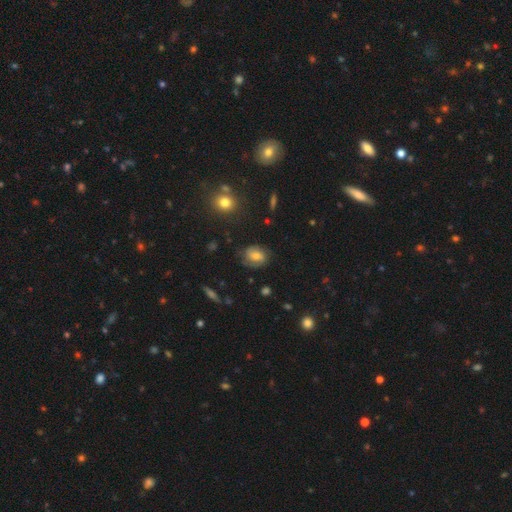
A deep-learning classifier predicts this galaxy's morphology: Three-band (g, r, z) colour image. It shows a smooth galaxy with no disk features (47%). Merging: none (71%).